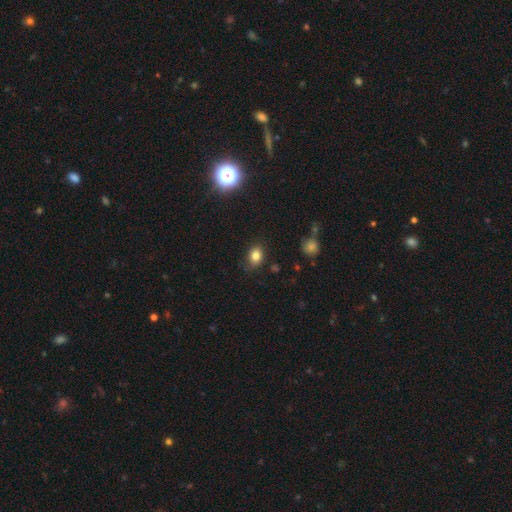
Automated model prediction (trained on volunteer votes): Smooth or featured: smooth — 82% (star or artifact — 11%)
How rounded: in between — 71% (round — 28%)
Merging: none — 80% (minor disturbance — 15%)